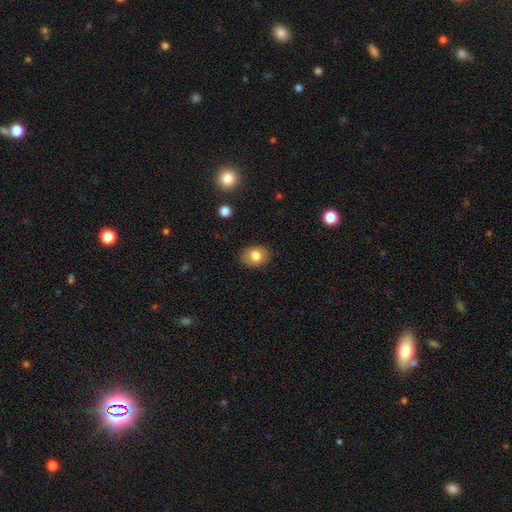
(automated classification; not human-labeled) smooth_or_featured: smooth (p=0.81) [alt: featured or disk p=0.10]
how_rounded: in between (p=0.64) [alt: round p=0.35]
merging: none (p=0.87) [alt: minor disturbance p=0.10]